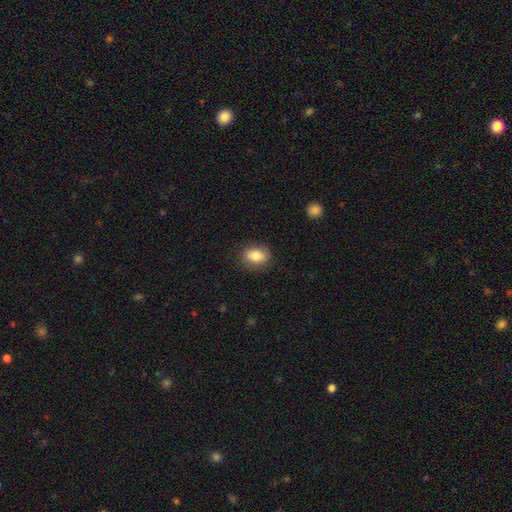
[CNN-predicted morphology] Smooth or featured: smooth — 82% (featured or disk — 9%)
How rounded: in between — 71% (round — 28%)
Merging: none — 86% (minor disturbance — 10%)